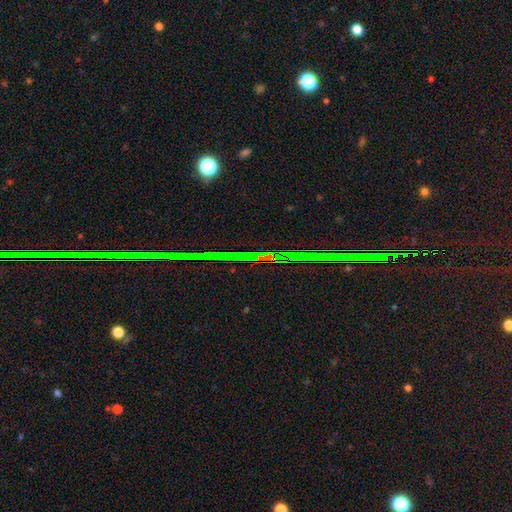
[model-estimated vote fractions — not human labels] Smooth or featured?
  - star or artifact: 86% *
  - featured or disk: 8%
  - smooth: 6%